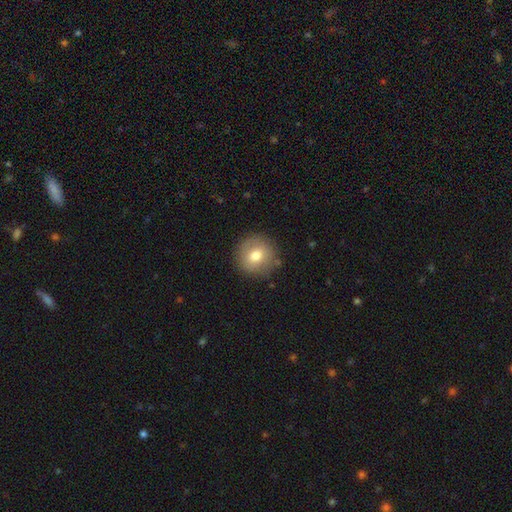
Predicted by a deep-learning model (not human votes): The model was most divided on "smooth or featured": smooth: 73%, featured or disk: 18%, star or artifact: 8%. More confident: how rounded — round (91%); merging — none (85%).